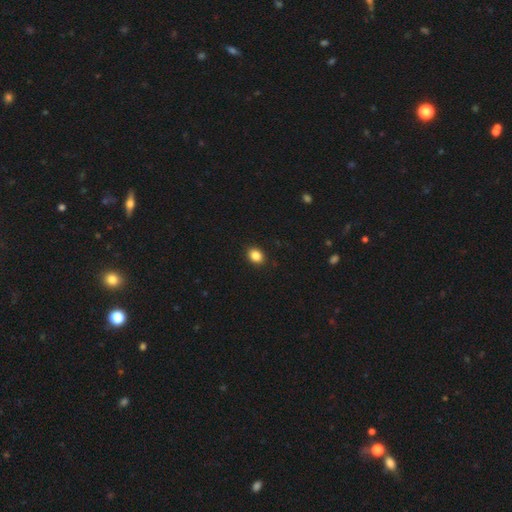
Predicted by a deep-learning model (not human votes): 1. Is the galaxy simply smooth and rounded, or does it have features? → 86% smooth, 10% star or artifact, 4% featured or disk.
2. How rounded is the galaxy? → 53% in between, 46% round, 1% cigar-shaped.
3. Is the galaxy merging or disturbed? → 91% none, 6% minor disturbance, 2% major disturbance, 1% merger.